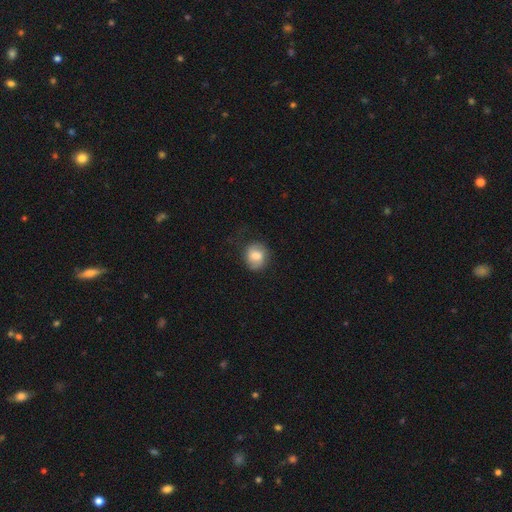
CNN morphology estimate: Overall: smooth (75%). How rounded: round (71%). Merging: none (71%).